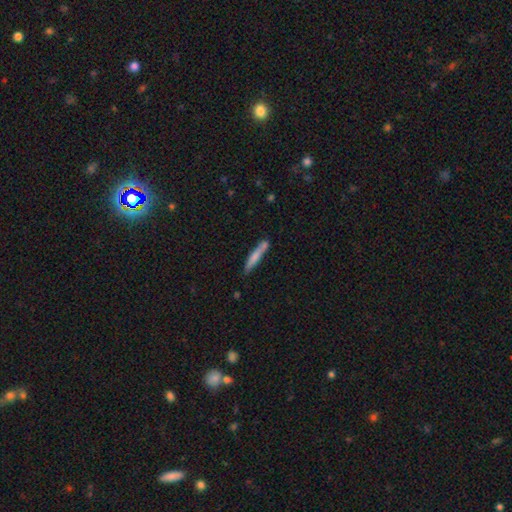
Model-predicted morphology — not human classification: smooth_or_featured: smooth (p=0.68) [alt: featured or disk p=0.26]
how_rounded: cigar-shaped (p=0.92) [alt: in between p=0.06]
merging: none (p=0.68) [alt: minor disturbance p=0.17]